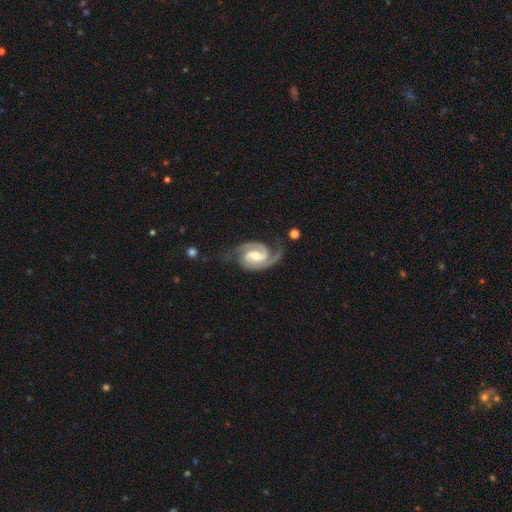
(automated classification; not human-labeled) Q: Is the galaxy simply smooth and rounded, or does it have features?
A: featured or disk — 92%.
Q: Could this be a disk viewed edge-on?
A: no — 98%.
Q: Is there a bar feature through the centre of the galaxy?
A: weak — 48%.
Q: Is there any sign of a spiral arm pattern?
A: yes — 98%.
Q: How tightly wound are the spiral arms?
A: medium — 47%.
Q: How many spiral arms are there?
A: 2 — 90%.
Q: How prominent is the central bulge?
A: moderate — 62%.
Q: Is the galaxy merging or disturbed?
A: none — 69%.